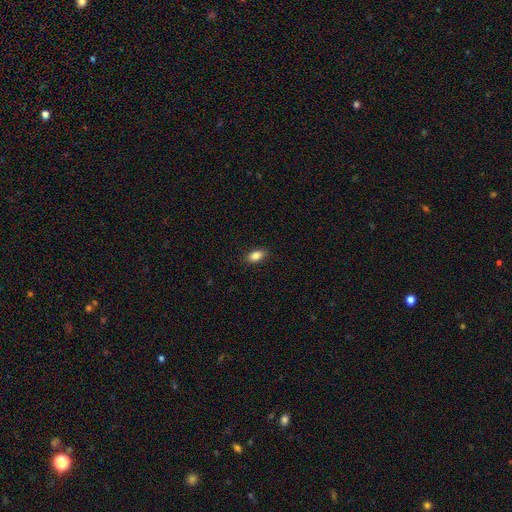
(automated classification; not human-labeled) Overall: smooth (86%). How rounded: in between (88%). Merging: none (88%).